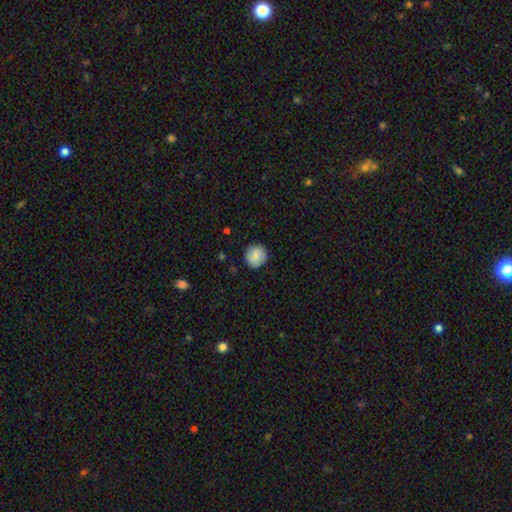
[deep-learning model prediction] Q: Smooth or featured?
A: smooth (80%); runner-up: featured or disk (12%)
Q: How rounded?
A: round (88%); runner-up: in between (11%)
Q: Merging?
A: none (82%); runner-up: minor disturbance (14%)